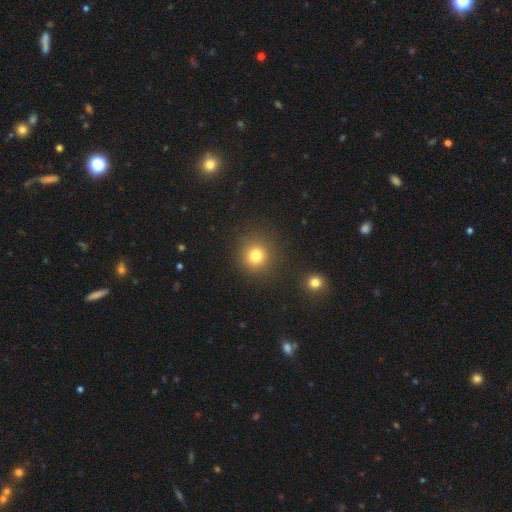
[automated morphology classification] Smooth or featured? smooth (78%)
How rounded? round (91%)
Merging? none (88%)